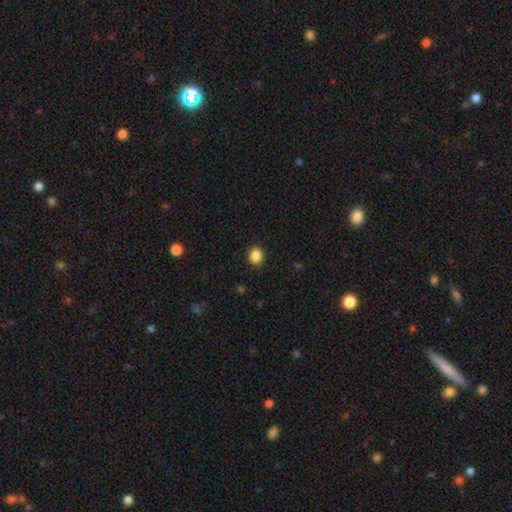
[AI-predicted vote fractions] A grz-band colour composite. It shows a smooth galaxy with no disk features (87%) that is round (70%). Merging: none (91%).